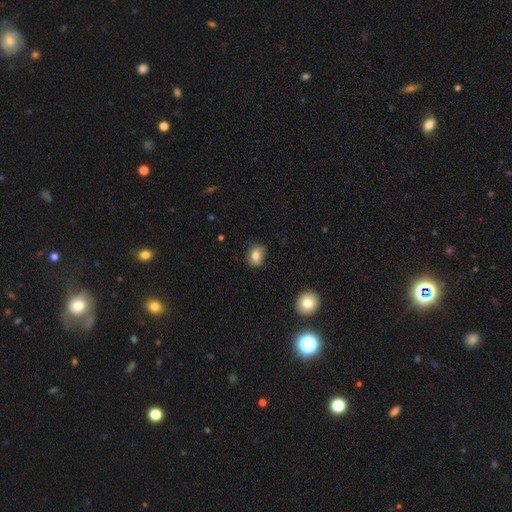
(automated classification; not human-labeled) A smooth galaxy with no disk features (79%) that is in between round and cigar-shaped (53%).

Vote fractions:
- Smooth or featured? smooth: 79% / featured or disk: 12% / star or artifact: 9%
- How rounded? in between: 53% / round: 46% / cigar-shaped: 1%
- Merging? none: 76% / minor disturbance: 19% / major disturbance: 4% / merger: 1%